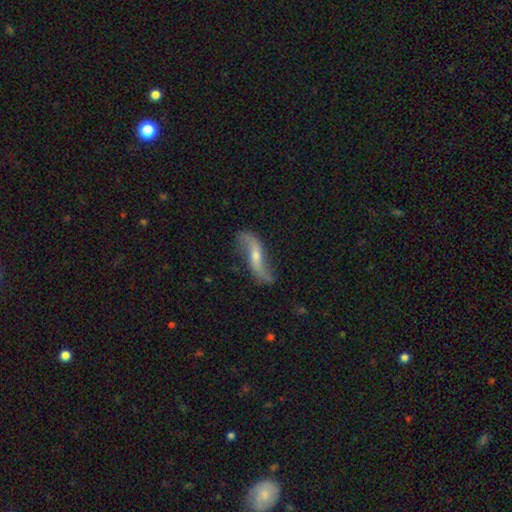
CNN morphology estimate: Smooth or featured?
  - featured or disk: 80% *
  - smooth: 14%
  - star or artifact: 6%
Edge-on disk?
  - no: 84% *
  - yes: 16%
Bar?
  - no: 40% *
  - weak: 34%
  - strong: 26%
Spiral arms?
  - yes: 93% *
  - no: 7%
Spiral winding?
  - loose: 90% *
  - medium: 6%
  - tight: 3%
Spiral arm count?
  - 2: 92% *
  - can't tell: 2%
  - 1: 2%
  - 3: 1%
  - 4: 1%
  - more than 4: 1%
Bulge size?
  - small: 51% *
  - moderate: 41%
  - none: 4%
  - large: 2%
  - dominant: 1%
Merging?
  - none: 73% *
  - minor disturbance: 18%
  - major disturbance: 7%
  - merger: 2%